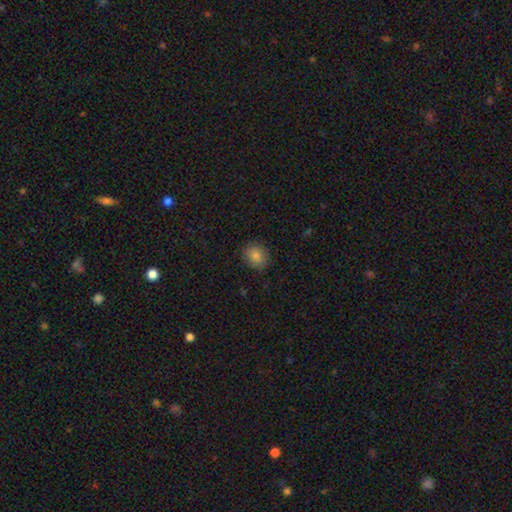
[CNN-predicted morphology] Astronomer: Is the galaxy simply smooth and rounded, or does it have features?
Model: smooth — 82%.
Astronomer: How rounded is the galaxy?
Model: round — 67%.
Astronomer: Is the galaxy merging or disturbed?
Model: none — 88%.